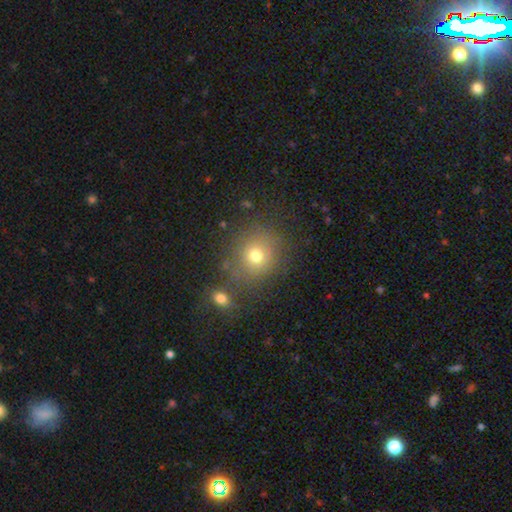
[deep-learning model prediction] Smooth or featured: smooth — 71% (star or artifact — 17%)
How rounded: round — 82% (in between — 17%)
Merging: none — 76% (minor disturbance — 11%)